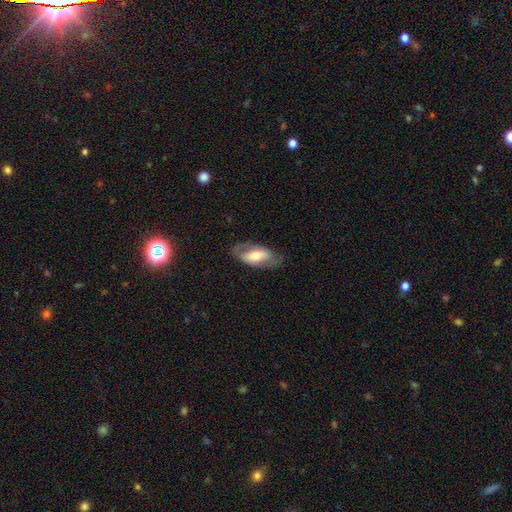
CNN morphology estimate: type=featured or disk (51%); edge-on=no (84%); merging=none (72%).